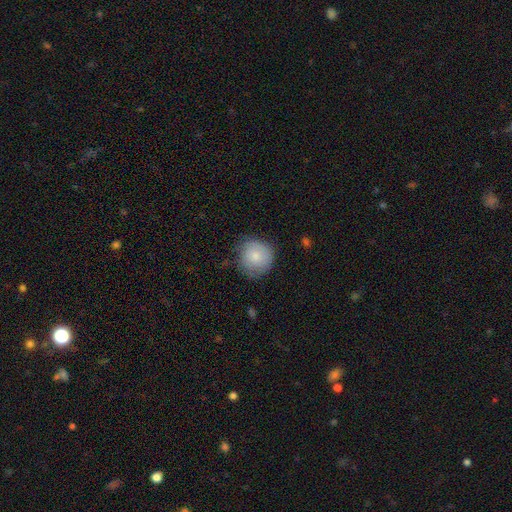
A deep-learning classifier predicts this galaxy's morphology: A smooth galaxy with no disk features (80%) that is round (91%).

Vote fractions:
- Smooth or featured? smooth: 80% / featured or disk: 13% / star or artifact: 7%
- How rounded? round: 91% / in between: 8% / cigar-shaped: 1%
- Merging? none: 73% / minor disturbance: 21% / major disturbance: 5% / merger: 1%